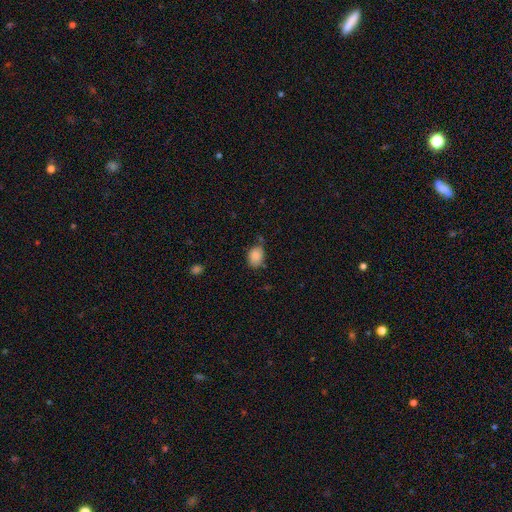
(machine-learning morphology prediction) This appears to be a smooth galaxy with no disk features (87%) that is in between round and cigar-shaped (72%). Merging: none (60%).